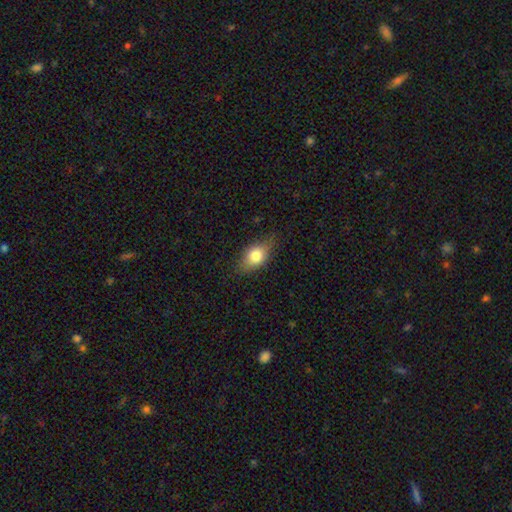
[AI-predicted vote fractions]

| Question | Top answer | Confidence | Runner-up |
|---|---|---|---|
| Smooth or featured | smooth | 75% | featured or disk (17%) |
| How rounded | in between | 79% | round (16%) |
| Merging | none | 74% | minor disturbance (21%) |